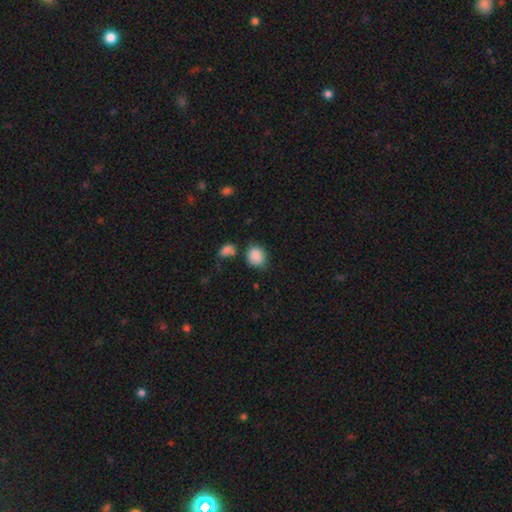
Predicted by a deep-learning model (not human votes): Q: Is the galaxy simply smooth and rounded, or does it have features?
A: smooth — 88%.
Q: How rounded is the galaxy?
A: round — 65%.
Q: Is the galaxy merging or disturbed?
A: none — 69%.